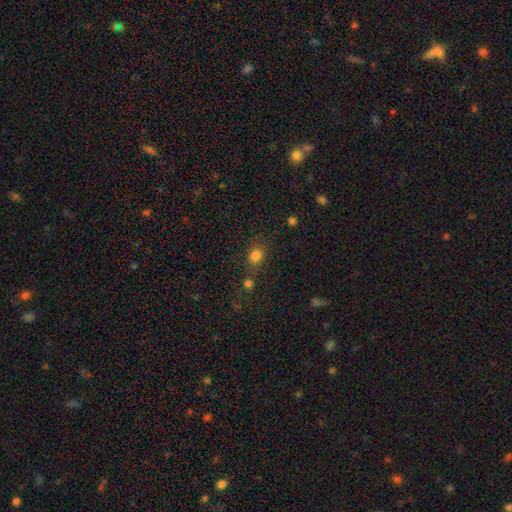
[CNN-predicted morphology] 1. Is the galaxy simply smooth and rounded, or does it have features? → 80% smooth, 14% star or artifact, 6% featured or disk.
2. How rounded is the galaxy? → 75% round, 24% in between, 1% cigar-shaped.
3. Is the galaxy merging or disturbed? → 66% none, 17% merger, 12% minor disturbance, 5% major disturbance.